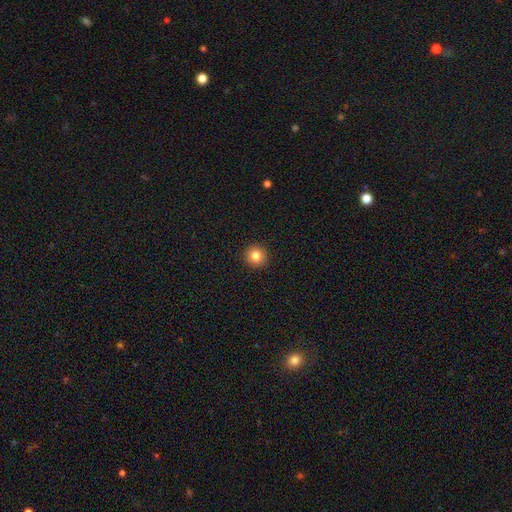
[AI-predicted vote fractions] Overall: smooth (82%). How rounded: round (94%). Merging: none (93%).